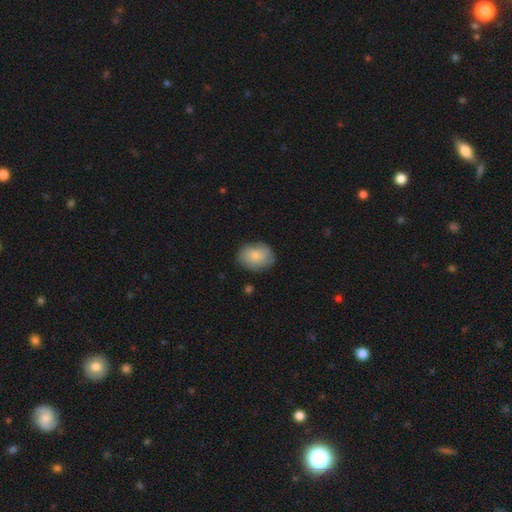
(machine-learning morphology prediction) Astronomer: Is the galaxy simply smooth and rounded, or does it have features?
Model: smooth — 81%.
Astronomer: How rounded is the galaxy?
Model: in between — 62% (runner-up: round, 37%).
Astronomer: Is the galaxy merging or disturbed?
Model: none — 78%.